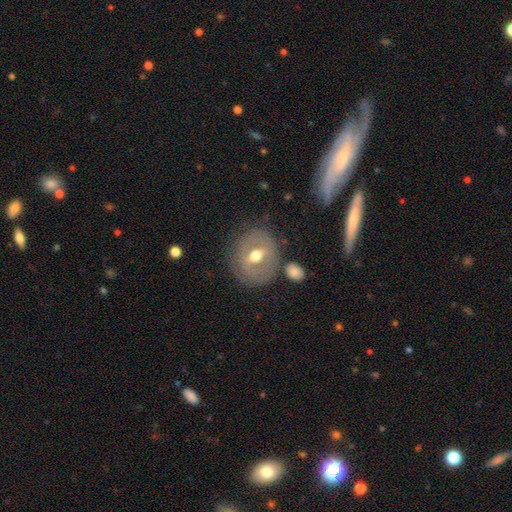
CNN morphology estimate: Smooth or featured?
  - featured or disk: 59% *
  - smooth: 34%
  - star or artifact: 7%
Edge-on disk?
  - no: 91% *
  - yes: 9%
Bar?
  - weak: 43% *
  - strong: 33%
  - no: 24%
Spiral arms?
  - no: 74% *
  - yes: 26%
Bulge size?
  - moderate: 78% *
  - small: 11%
  - large: 9%
  - dominant: 1%
  - none: 1%
Merging?
  - none: 72% *
  - minor disturbance: 16%
  - major disturbance: 7%
  - merger: 5%